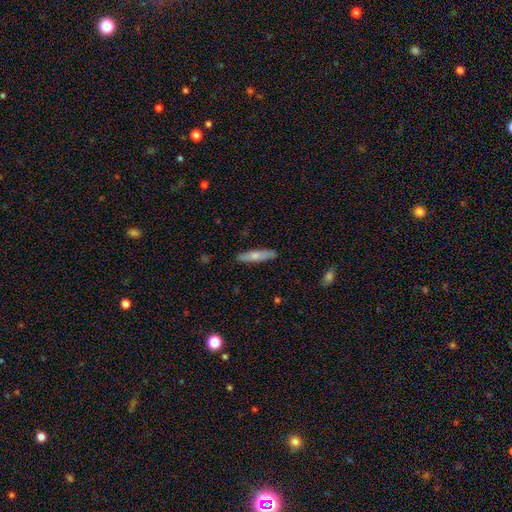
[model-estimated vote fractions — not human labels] A smooth galaxy with no disk features (71%) that is cigar-shaped (83%).

Vote fractions:
- Smooth or featured? smooth: 71% / featured or disk: 24% / star or artifact: 6%
- How rounded? cigar-shaped: 83% / in between: 15% / round: 2%
- Merging? none: 88% / minor disturbance: 9% / major disturbance: 2% / merger: 1%